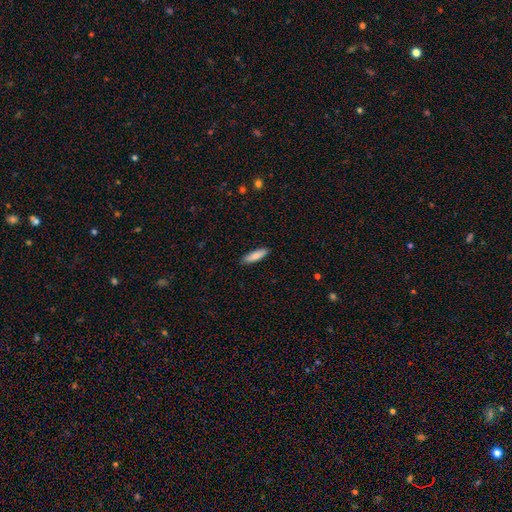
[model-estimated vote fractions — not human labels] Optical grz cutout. It shows a smooth galaxy with no disk features (84%) that is cigar-shaped (60%). Merging: none (89%).